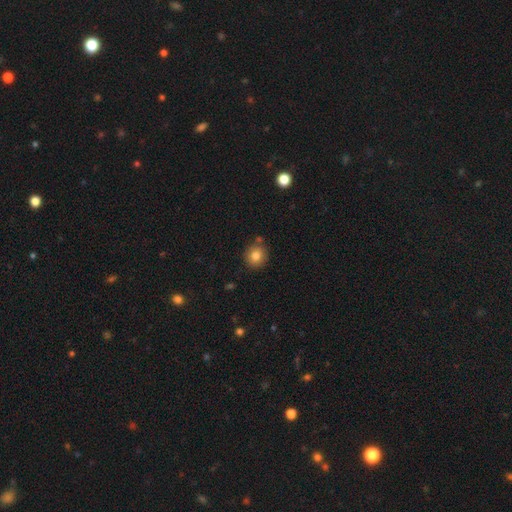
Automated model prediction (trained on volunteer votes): Smooth or featured? smooth (81%)
How rounded? round (87%)
Merging? none (82%)